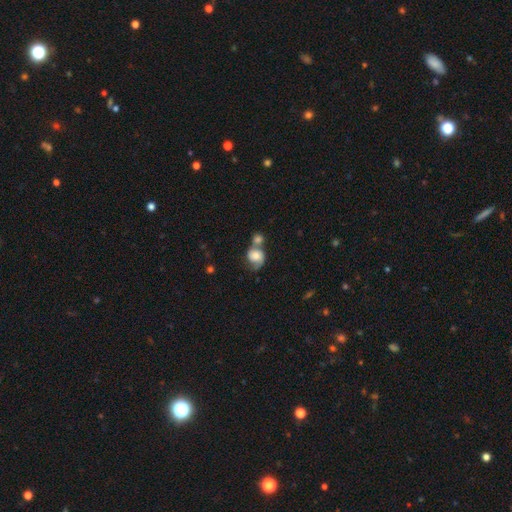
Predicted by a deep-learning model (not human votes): Morphology: type=smooth (47%); merging=merger (48%).